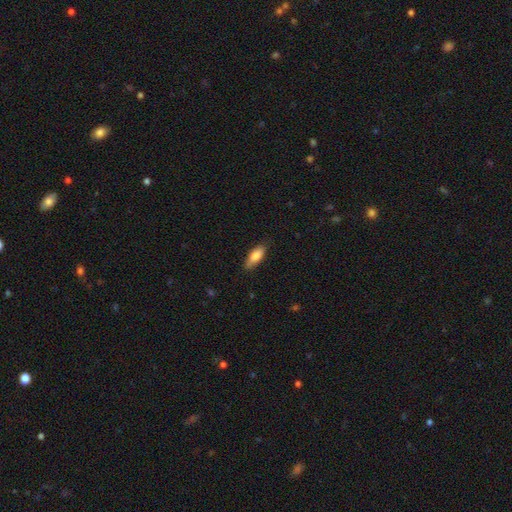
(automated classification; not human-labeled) smooth_or_featured: smooth (p=0.80) [alt: featured or disk p=0.14]
how_rounded: in between (p=0.68) [alt: cigar-shaped p=0.30]
merging: none (p=0.81) [alt: minor disturbance p=0.15]